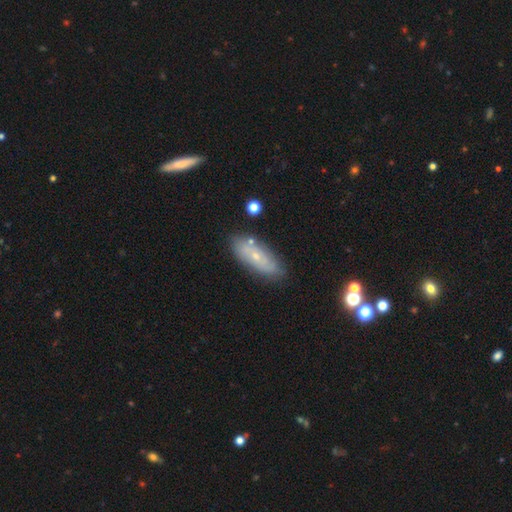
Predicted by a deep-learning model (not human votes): Morphology: type=smooth (46%); merging=none (77%).